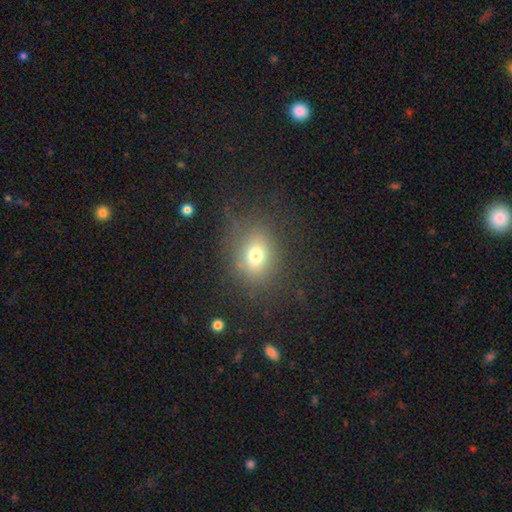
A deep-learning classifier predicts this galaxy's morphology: Overall: smooth (72%). How rounded: round (55%; in between 44%). Merging: none (73%).